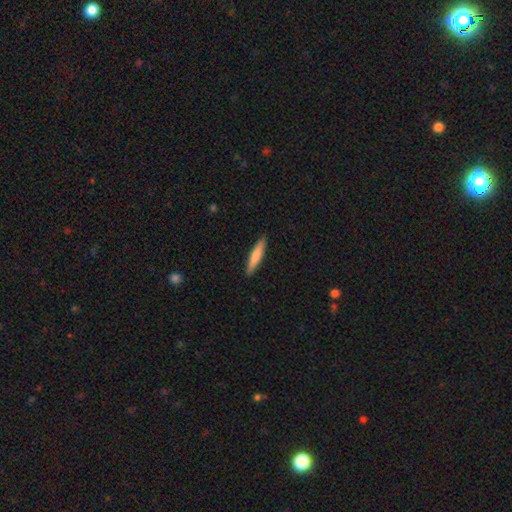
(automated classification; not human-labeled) This is likely a smooth galaxy (74%). How rounded: clearly cigar-shaped (91%). Merging: clearly none (91%).